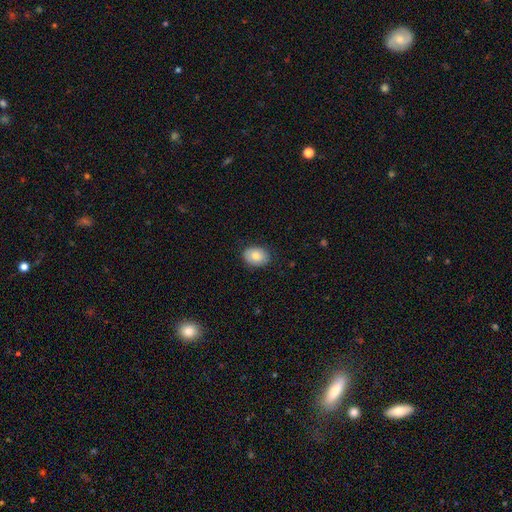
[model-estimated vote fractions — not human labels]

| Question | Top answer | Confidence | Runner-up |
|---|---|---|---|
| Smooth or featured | smooth | 80% | featured or disk (12%) |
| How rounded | in between | 69% | round (30%) |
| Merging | none | 85% | minor disturbance (12%) |